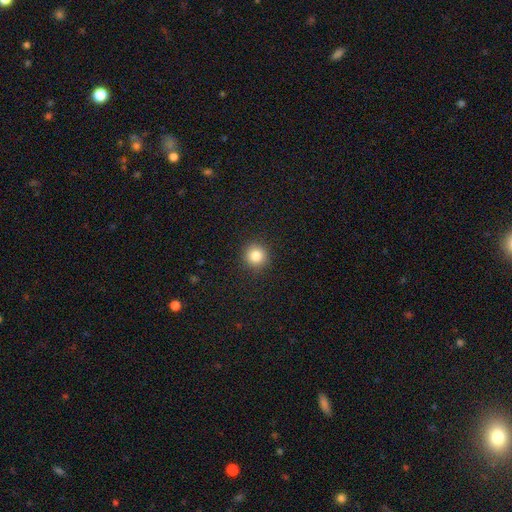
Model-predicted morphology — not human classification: Smooth or featured: smooth — 84% (star or artifact — 11%)
How rounded: round — 94% (in between — 5%)
Merging: none — 92% (minor disturbance — 5%)